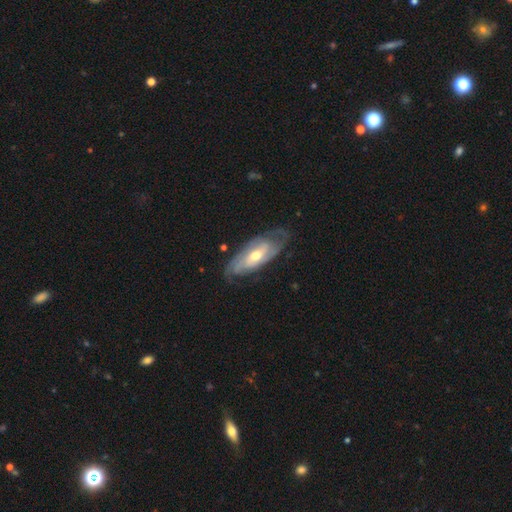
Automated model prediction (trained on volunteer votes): smooth_or_featured: featured or disk (p=0.79) [alt: smooth p=0.16]
disk_edge_on: no (p=0.87) [alt: yes p=0.13]
bar: no (p=0.51) [alt: weak p=0.34]
has_spiral_arms: yes (p=0.88) [alt: no p=0.12]
spiral_winding: tight (p=0.57) [alt: medium p=0.32]
spiral_arm_count: 2 (p=0.43) [alt: can't tell p=0.36]
bulge_size: moderate (p=0.69) [alt: small p=0.25]
merging: none (p=0.70) [alt: minor disturbance p=0.21]